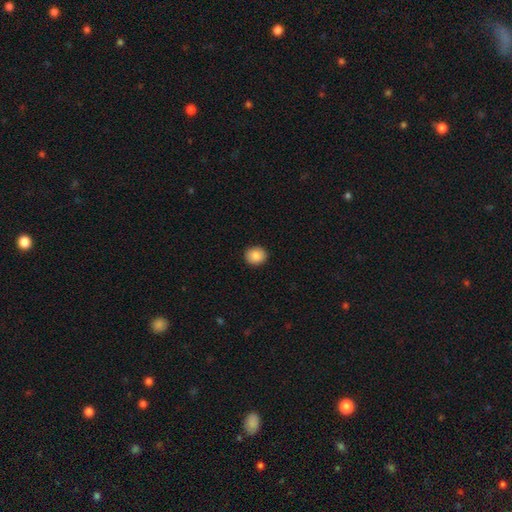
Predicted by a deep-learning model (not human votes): Smooth or featured: smooth — 88% (star or artifact — 8%)
How rounded: round — 76% (in between — 23%)
Merging: none — 92% (minor disturbance — 5%)